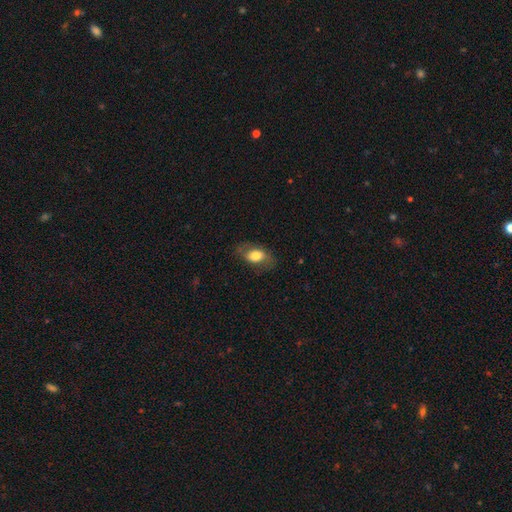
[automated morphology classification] Smooth or featured? smooth (63%)
How rounded? in between (85%)
Merging? none (71%)